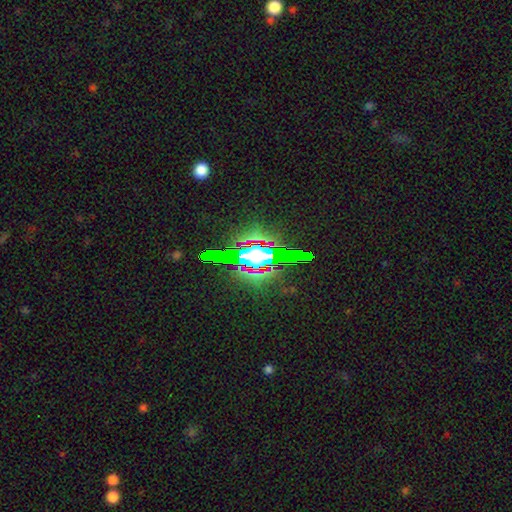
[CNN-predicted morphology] This is likely a star or artifact rather than a galaxy (64%).